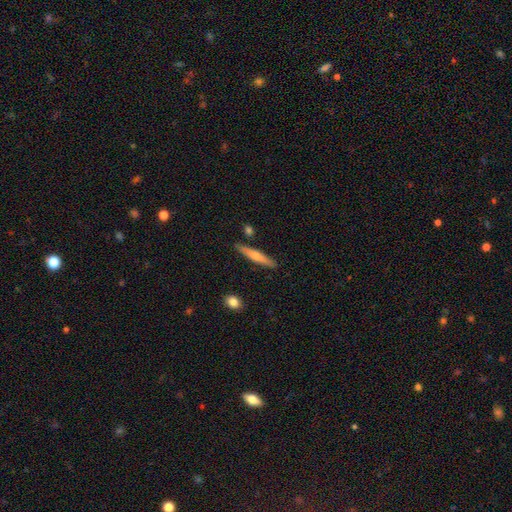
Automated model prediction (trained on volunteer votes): Overall: smooth (52%; featured or disk 42%). How rounded: cigar-shaped (91%). Merging: none (87%).